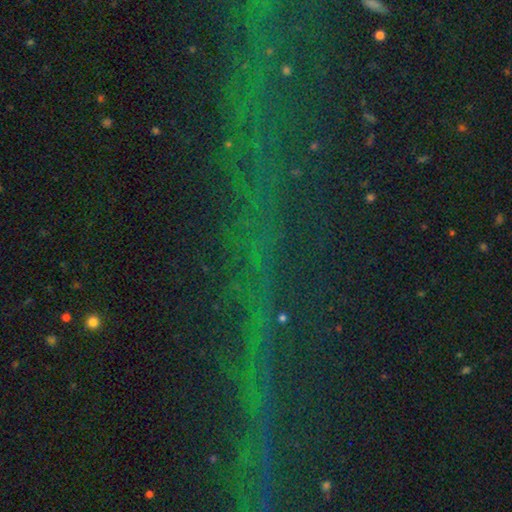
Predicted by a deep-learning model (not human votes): Overall: star or artifact (75%).